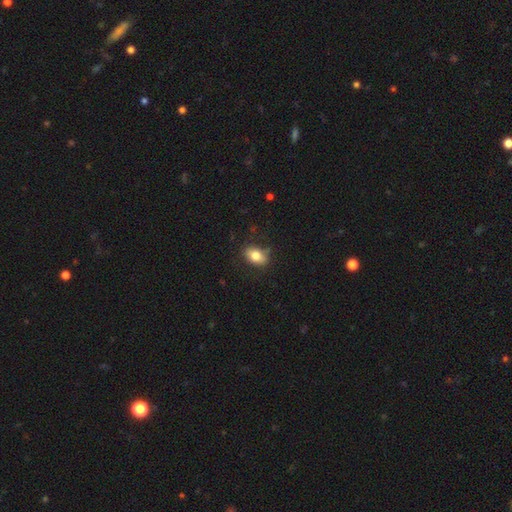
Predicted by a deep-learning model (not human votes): The model was most divided on "merging": none: 78%, minor disturbance: 17%, major disturbance: 4%, merger: 2%. More confident: how rounded — in between (85%); smooth or featured — smooth (81%).